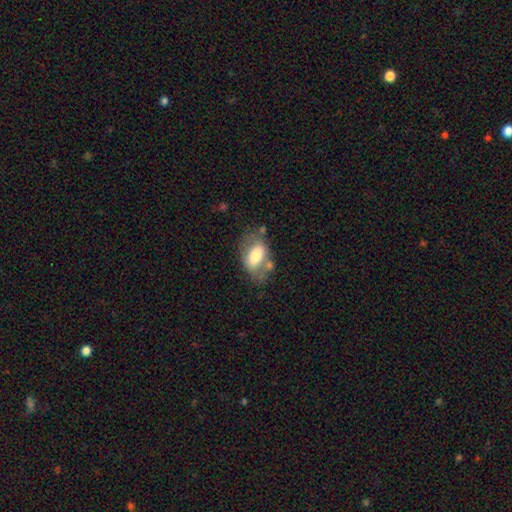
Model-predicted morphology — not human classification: smooth_or_featured: smooth (p=0.62) [alt: featured or disk p=0.31]
how_rounded: in between (p=0.89) [alt: round p=0.08]
merging: none (p=0.52) [alt: minor disturbance p=0.24]